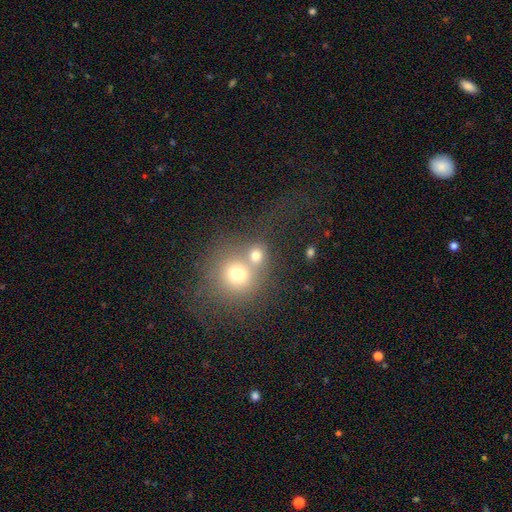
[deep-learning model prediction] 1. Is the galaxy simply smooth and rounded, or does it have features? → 70% smooth, 15% star or artifact, 15% featured or disk.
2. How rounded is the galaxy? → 80% round, 18% in between, 1% cigar-shaped.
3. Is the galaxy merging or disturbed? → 51% merger, 36% none, 7% minor disturbance, 5% major disturbance.